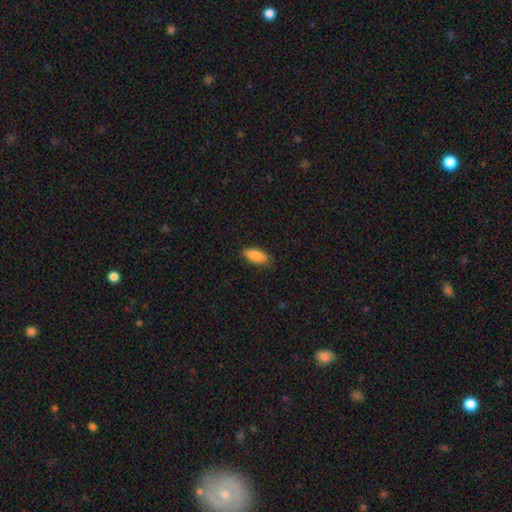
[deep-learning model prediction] Smooth or featured? Predicted: smooth (p=0.88). How rounded? Predicted: in between (p=0.86). Merging? Predicted: none (p=0.85).